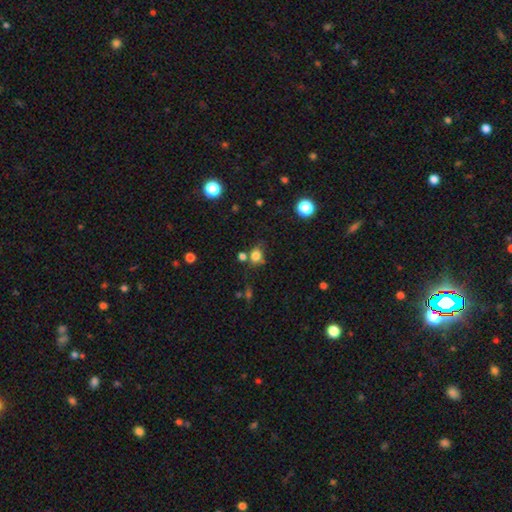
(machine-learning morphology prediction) Q: Smooth or featured?
A: smooth (79%); runner-up: star or artifact (14%)
Q: How rounded?
A: round (61%); runner-up: in between (38%)
Q: Merging?
A: none (60%); runner-up: minor disturbance (18%)